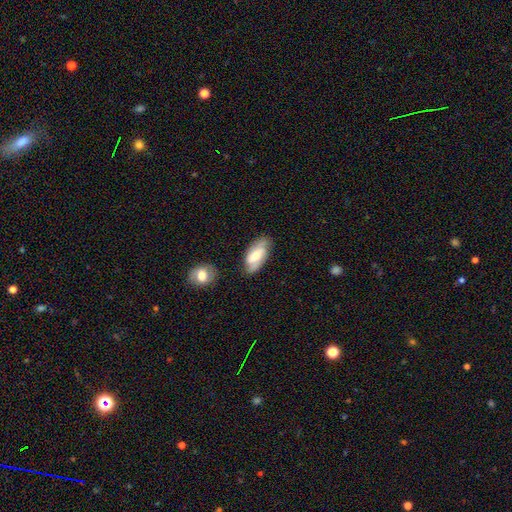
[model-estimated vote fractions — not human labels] The model was most divided on "smooth or featured": featured or disk: 51%, smooth: 42%, star or artifact: 7%. More confident: edge-on disk — no (89%); merging — none (71%).